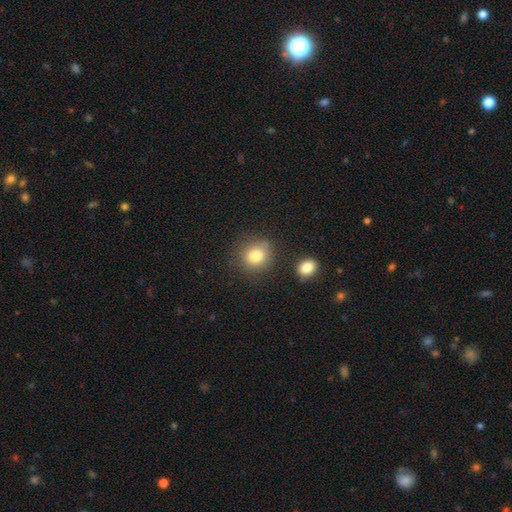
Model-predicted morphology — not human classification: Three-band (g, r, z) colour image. It shows a smooth galaxy with no disk features (82%) that is round (84%). Merging: none (75%).